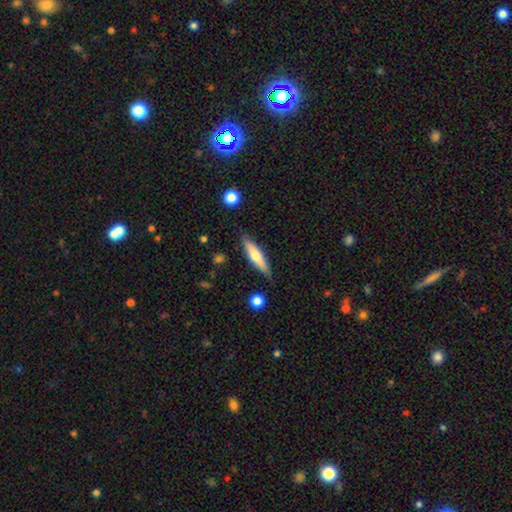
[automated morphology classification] This is possibly a smooth galaxy (50%). How rounded: likely cigar-shaped (77%). Merging: clearly none (83%).